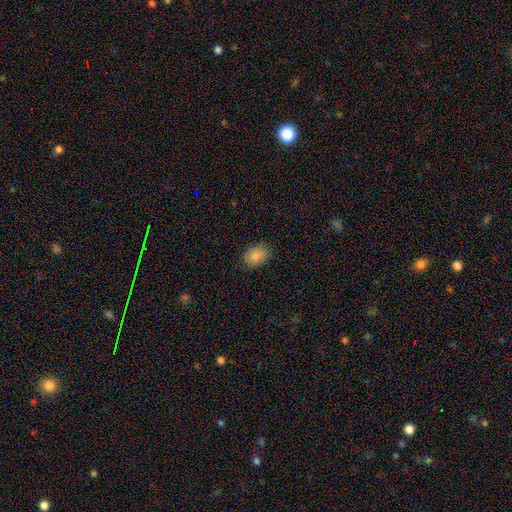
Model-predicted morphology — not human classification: This is clearly a smooth galaxy (85%). How rounded: likely in between (70%). Merging: clearly none (86%).